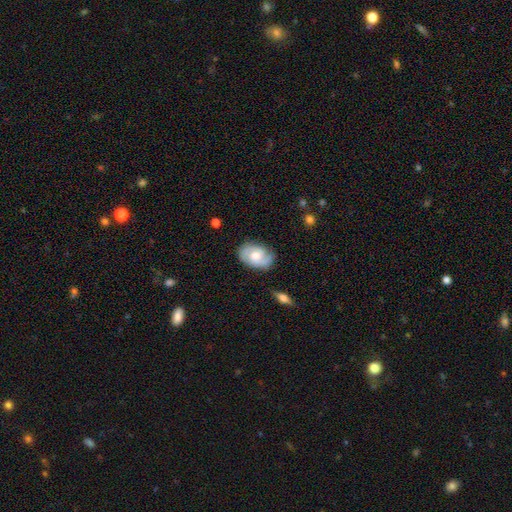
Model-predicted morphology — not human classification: This appears to be a featured or disk galaxy (65%) with no bar (58%), 2 (75%) medium (44%) spiral arms (90%) and a moderate central bulge (65%). Merging: none (76%).